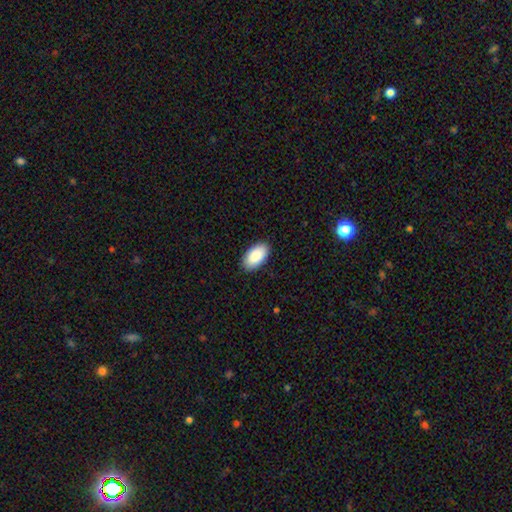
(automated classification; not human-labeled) smooth_or_featured: smooth (p=0.91) [alt: star or artifact p=0.06]
how_rounded: in between (p=0.96) [alt: round p=0.02]
merging: none (p=0.89) [alt: minor disturbance p=0.08]